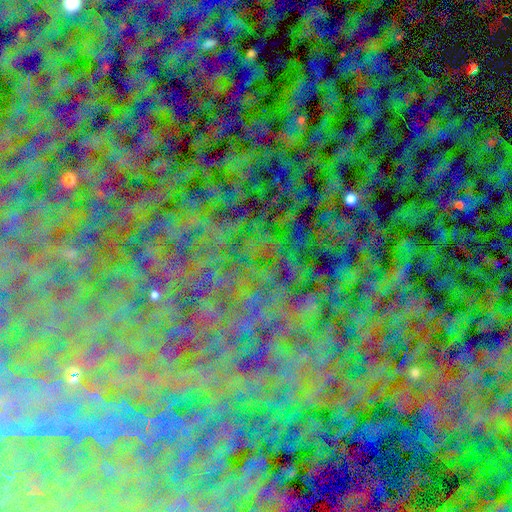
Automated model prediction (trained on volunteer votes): The model was most divided on "smooth or featured": star or artifact: 83%, smooth: 9%, featured or disk: 8%.